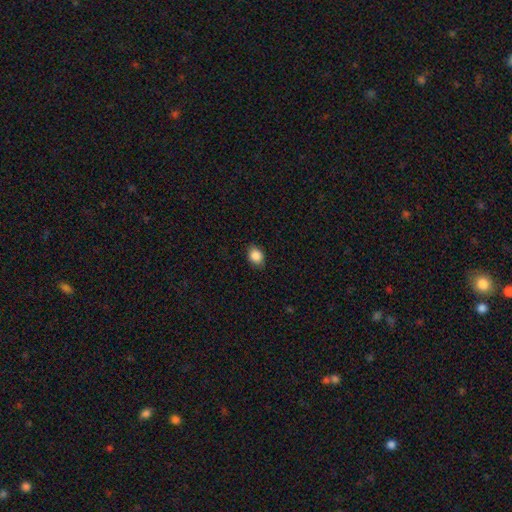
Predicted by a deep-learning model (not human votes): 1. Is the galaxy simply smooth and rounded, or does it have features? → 87% smooth, 8% star or artifact, 4% featured or disk.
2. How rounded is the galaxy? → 59% in between, 39% round, 1% cigar-shaped.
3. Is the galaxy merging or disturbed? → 82% none, 14% minor disturbance, 3% major disturbance, 1% merger.